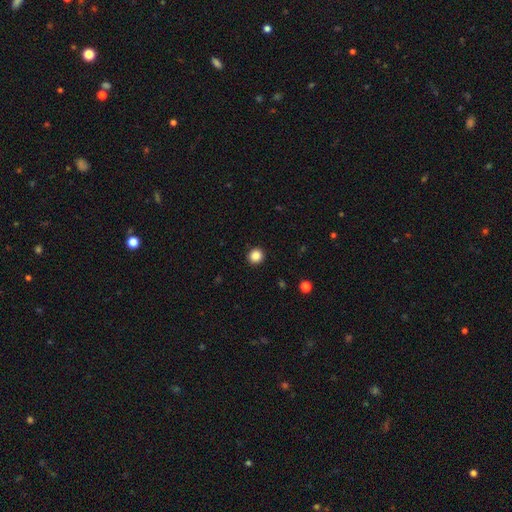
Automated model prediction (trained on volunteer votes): A smooth galaxy with no disk features (87%) that is round (94%).

Vote fractions:
- Smooth or featured? smooth: 87% / star or artifact: 10% / featured or disk: 3%
- How rounded? round: 94% / in between: 5% / cigar-shaped: 1%
- Merging? none: 93% / minor disturbance: 5% / major disturbance: 2% / merger: 1%